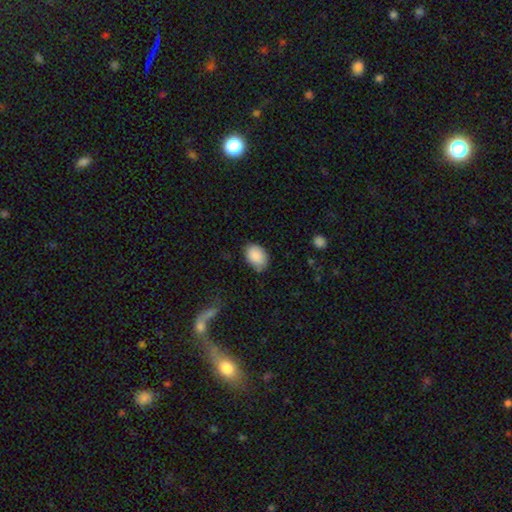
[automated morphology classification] Smooth or featured: smooth — 88% (star or artifact — 7%)
How rounded: in between — 76% (round — 23%)
Merging: none — 69% (minor disturbance — 25%)